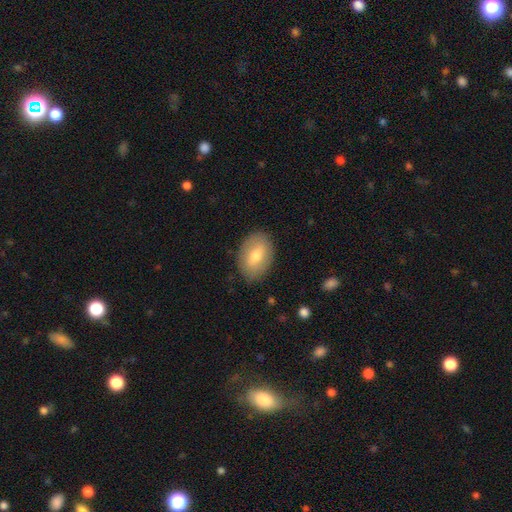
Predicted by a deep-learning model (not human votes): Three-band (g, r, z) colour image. It shows a smooth galaxy with no disk features (64%) that is in between round and cigar-shaped (84%). Merging: none (85%).